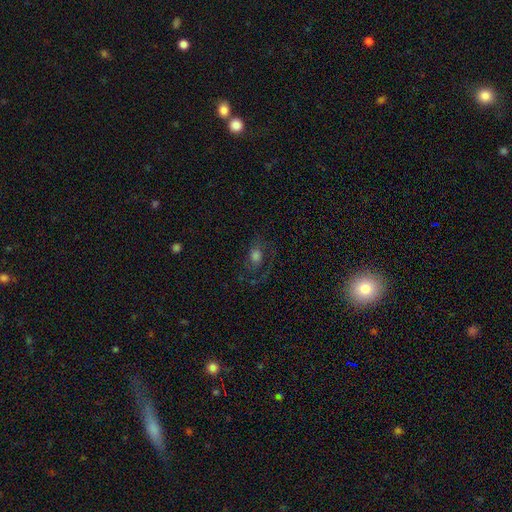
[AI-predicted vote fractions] This is marginally a featured or disk galaxy (45%). Merging: possibly none (57%).